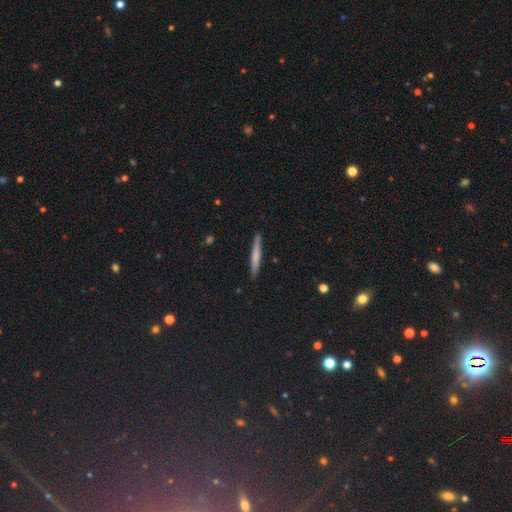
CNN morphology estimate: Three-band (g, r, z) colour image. It shows a smooth galaxy with no disk features (61%) that is cigar-shaped (95%). Merging: none (89%).